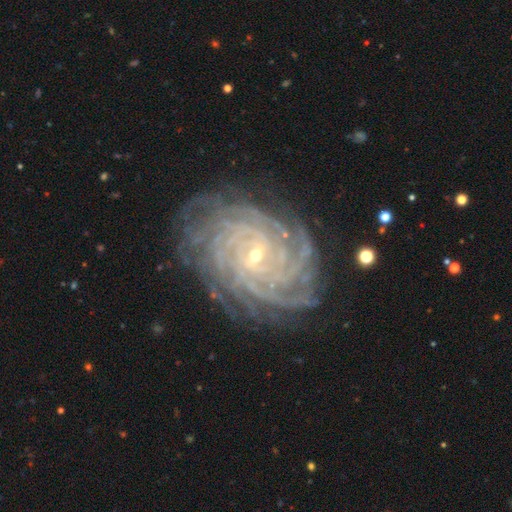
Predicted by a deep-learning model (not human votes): Smooth or featured? featured or disk (91%)
Edge-on disk? no (97%)
Bar? no (43%)
Spiral arms? yes (98%)
Spiral winding? tight (84%)
Spiral arm count? more than 4 (43%)
Bulge size? small (77%)
Merging? none (80%)